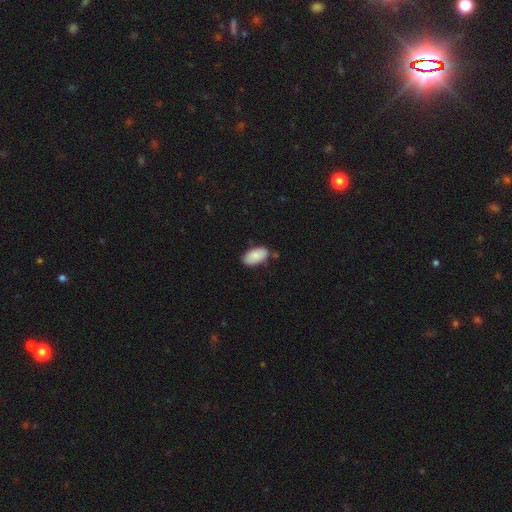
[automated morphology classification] smooth 86%, featured or disk 8%, star or artifact 6%. Down the decision tree: how rounded — in between (95%); merging — none (77%).